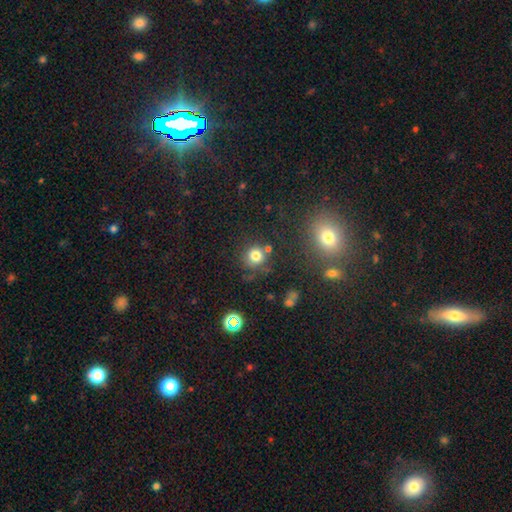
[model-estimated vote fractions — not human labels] Smooth or featured: smooth — 78% (star or artifact — 15%)
How rounded: round — 90% (in between — 9%)
Merging: none — 72% (merger — 12%)